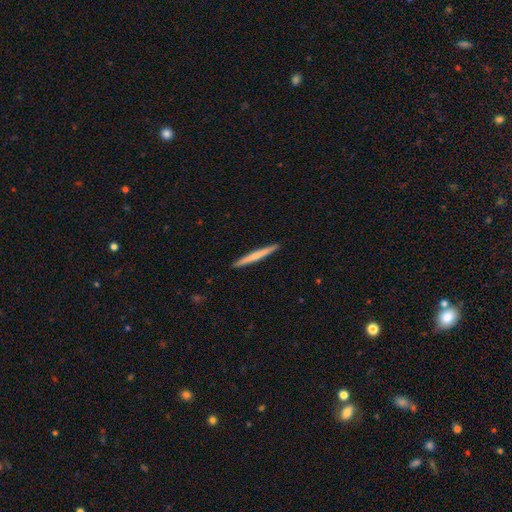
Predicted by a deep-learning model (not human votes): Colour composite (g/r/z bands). It shows a smooth galaxy with no disk features (53%) that is cigar-shaped (97%). Merging: none (93%).